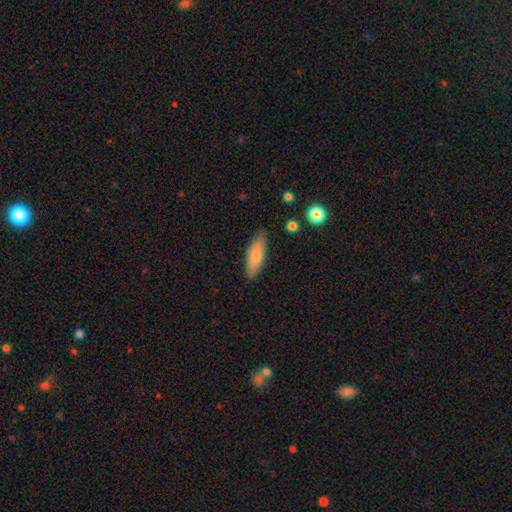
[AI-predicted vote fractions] The model was most divided on "how rounded": in between: 58%, cigar-shaped: 40%, round: 2%. More confident: merging — none (82%); smooth or featured — smooth (80%).